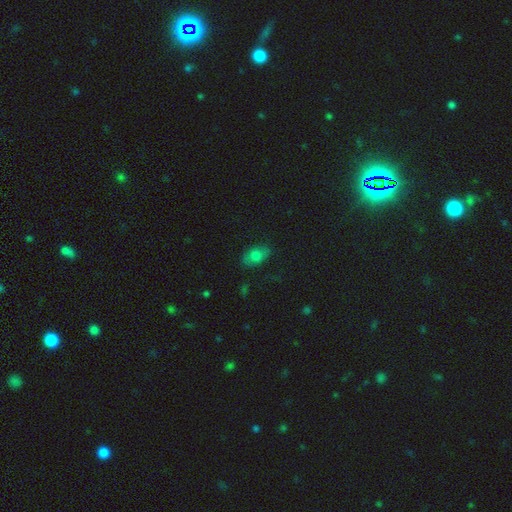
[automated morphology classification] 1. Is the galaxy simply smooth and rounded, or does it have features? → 73% smooth, 16% featured or disk, 12% star or artifact.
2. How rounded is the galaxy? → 87% in between, 11% round, 2% cigar-shaped.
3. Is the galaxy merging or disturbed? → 78% none, 16% minor disturbance, 4% major disturbance, 1% merger.